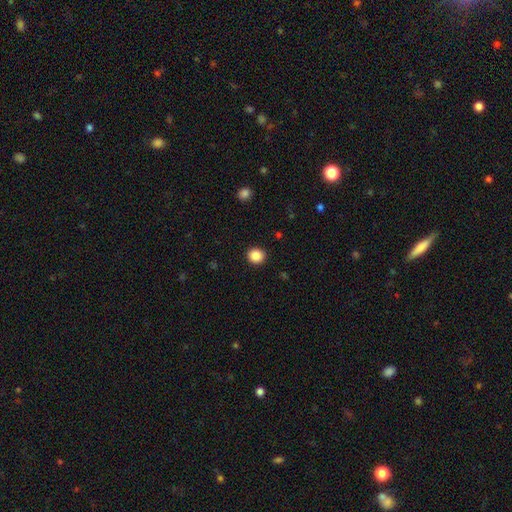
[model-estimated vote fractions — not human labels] smooth_or_featured: smooth (p=0.87) [alt: star or artifact p=0.10]
how_rounded: round (p=0.86) [alt: in between p=0.13]
merging: none (p=0.92) [alt: minor disturbance p=0.05]